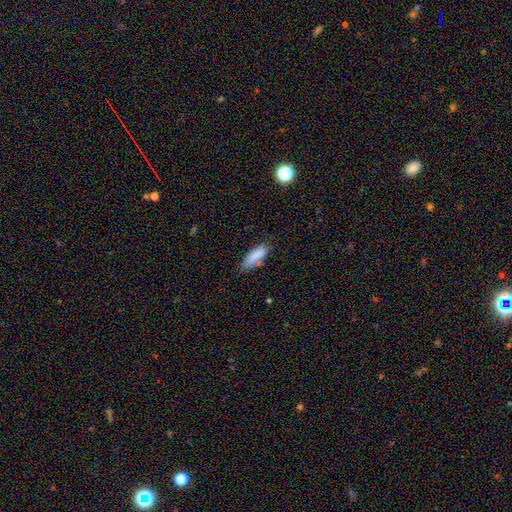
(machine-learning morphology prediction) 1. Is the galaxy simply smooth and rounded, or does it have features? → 84% smooth, 9% featured or disk, 8% star or artifact.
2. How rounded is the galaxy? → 61% in between, 37% cigar-shaped, 2% round.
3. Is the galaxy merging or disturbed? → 61% none, 28% minor disturbance, 7% major disturbance, 4% merger.